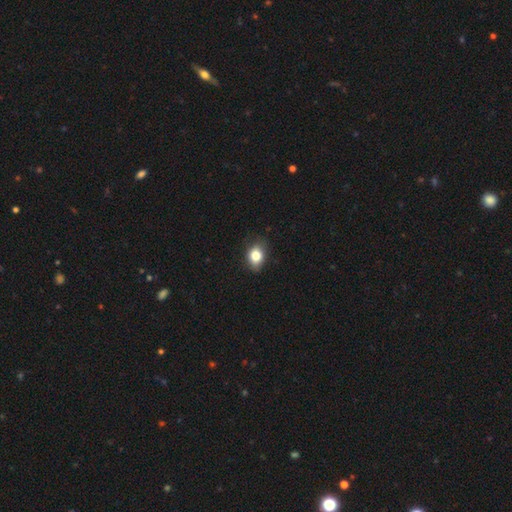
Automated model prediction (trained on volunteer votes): Overall: smooth (80%). How rounded: in between (67%; round 31%). Merging: none (79%).